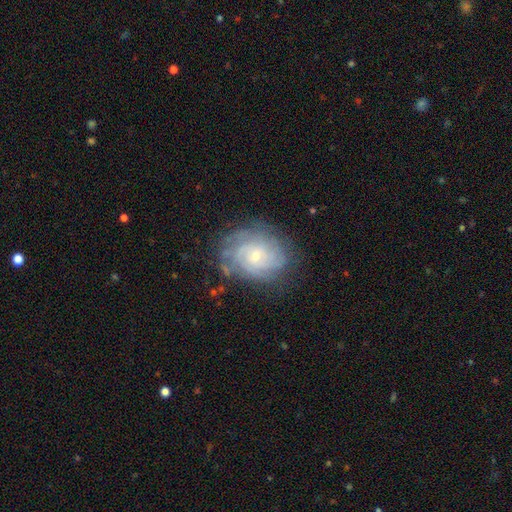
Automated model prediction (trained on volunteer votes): smooth_or_featured: featured or disk (p=0.75) [alt: smooth p=0.17]
disk_edge_on: no (p=0.97) [alt: yes p=0.03]
bar: no (p=0.75) [alt: weak p=0.22]
has_spiral_arms: yes (p=0.91) [alt: no p=0.09]
spiral_winding: tight (p=0.70) [alt: medium p=0.24]
spiral_arm_count: can't tell (p=0.46) [alt: 4 p=0.16]
bulge_size: small (p=0.74) [alt: moderate p=0.22]
merging: none (p=0.74) [alt: minor disturbance p=0.17]